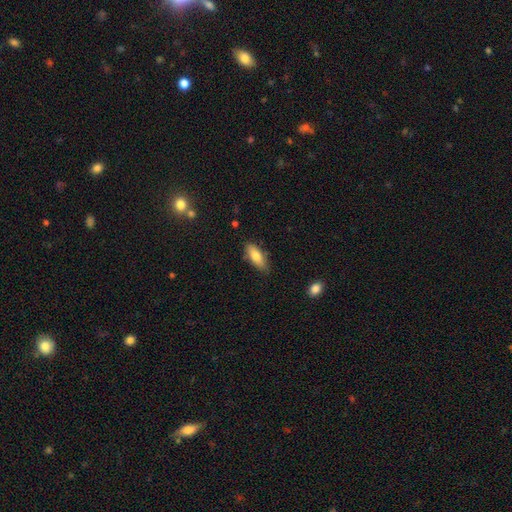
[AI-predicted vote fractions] A smooth galaxy with no disk features (79%) that is in between round and cigar-shaped (74%).

Vote fractions:
- Smooth or featured? smooth: 79% / featured or disk: 14% / star or artifact: 6%
- How rounded? in between: 74% / cigar-shaped: 24% / round: 2%
- Merging? none: 81% / minor disturbance: 15% / major disturbance: 2% / merger: 2%